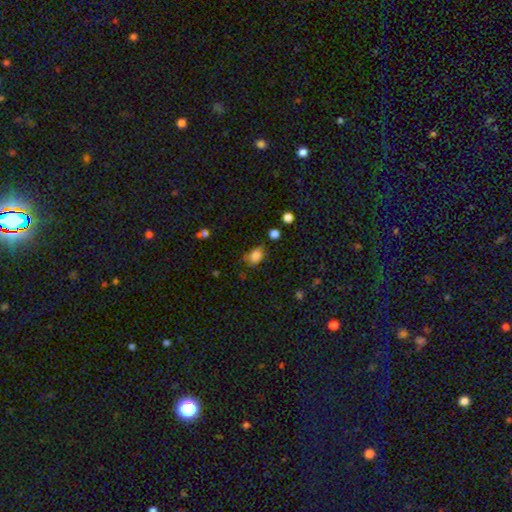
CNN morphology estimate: Smooth or featured? smooth (83%)
How rounded? in between (72%)
Merging? none (68%)